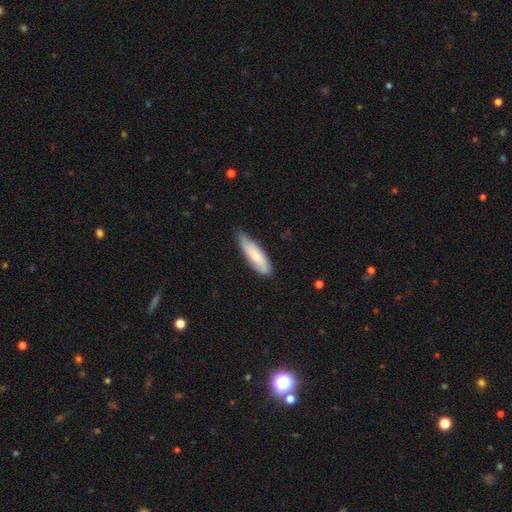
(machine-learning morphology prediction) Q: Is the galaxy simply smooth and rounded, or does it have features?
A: smooth — 74%.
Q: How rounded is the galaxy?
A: cigar-shaped — 60%.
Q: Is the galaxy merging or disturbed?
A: none — 64%.